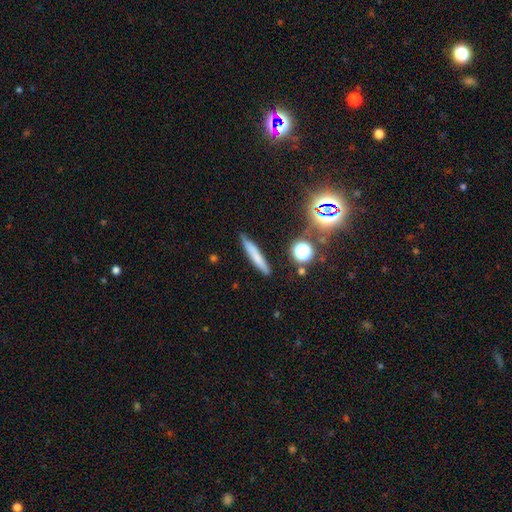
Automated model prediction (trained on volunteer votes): A smooth galaxy with no disk features (65%) that is cigar-shaped (92%).

Vote fractions:
- Smooth or featured? smooth: 65% / featured or disk: 23% / star or artifact: 12%
- How rounded? cigar-shaped: 92% / in between: 6% / round: 3%
- Merging? none: 86% / minor disturbance: 9% / major disturbance: 2% / merger: 2%